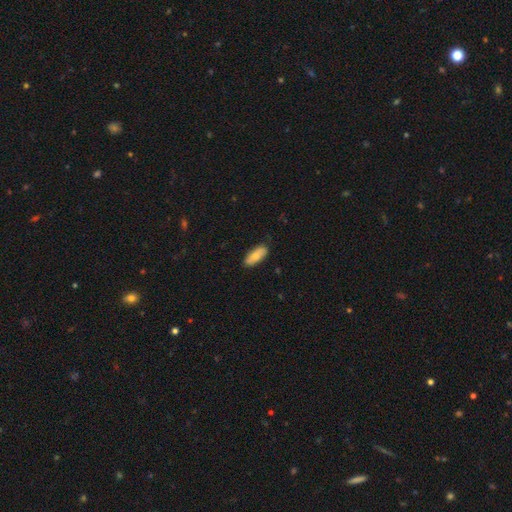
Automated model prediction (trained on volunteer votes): This is likely a smooth galaxy (75%). How rounded: likely in between (77%). Merging: clearly none (85%).